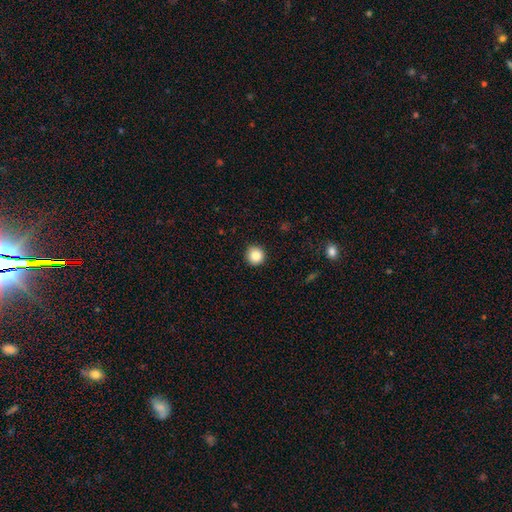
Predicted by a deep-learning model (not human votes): A smooth galaxy with no disk features (87%) that is round (95%). Merging: none (92%).